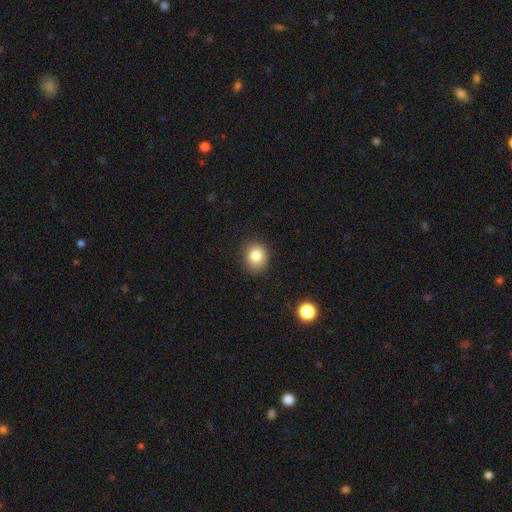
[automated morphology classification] Smooth or featured? Predicted: smooth (p=0.81). How rounded? Predicted: round (p=0.73). Merging? Predicted: none (p=0.87).